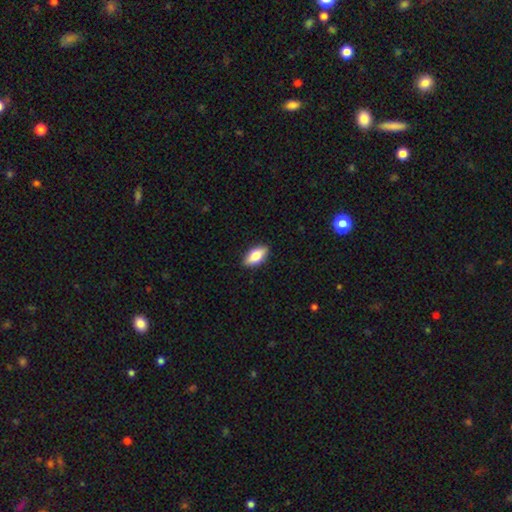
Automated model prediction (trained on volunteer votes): This is likely a smooth galaxy (76%). How rounded: clearly in between (87%). Merging: clearly none (89%).